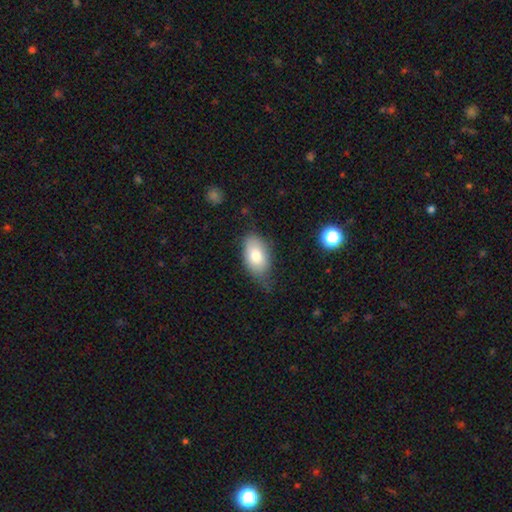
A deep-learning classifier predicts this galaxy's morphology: Smooth or featured? smooth (77%)
How rounded? in between (91%)
Merging? none (57%)